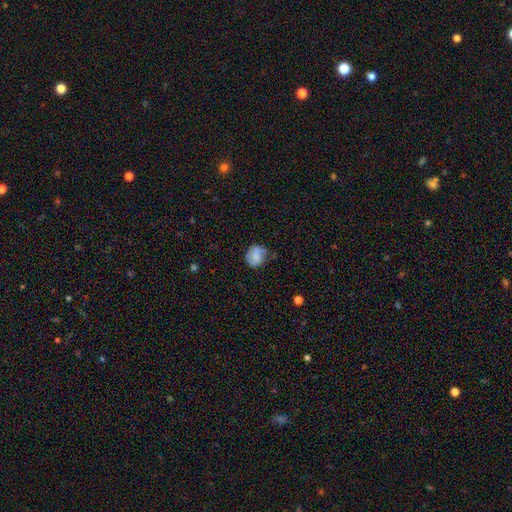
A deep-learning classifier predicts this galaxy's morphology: smooth_or_featured: smooth (p=0.75) [alt: featured or disk p=0.17]
how_rounded: round (p=0.63) [alt: in between p=0.36]
merging: none (p=0.56) [alt: minor disturbance p=0.31]